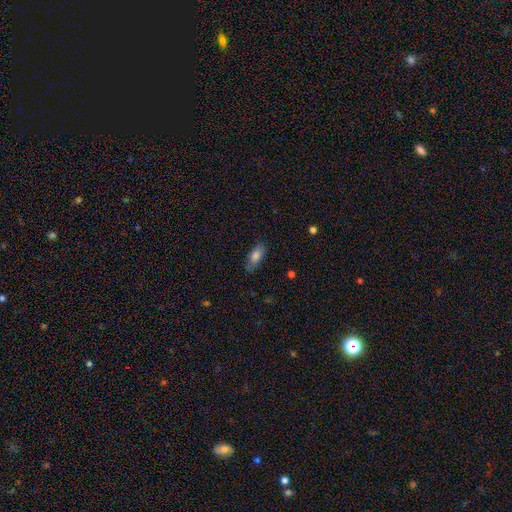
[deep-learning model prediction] This appears to be a smooth galaxy with no disk features (80%) that is in between round and cigar-shaped (79%). Merging: none (75%).